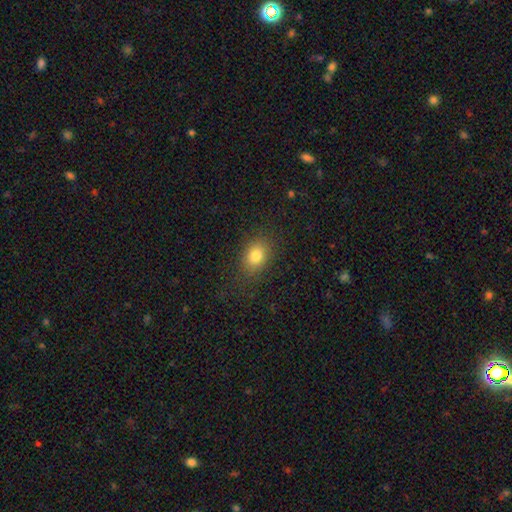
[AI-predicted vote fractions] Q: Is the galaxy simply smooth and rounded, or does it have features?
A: smooth — 81%.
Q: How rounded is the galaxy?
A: in between — 68%.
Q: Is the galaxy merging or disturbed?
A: none — 82%.